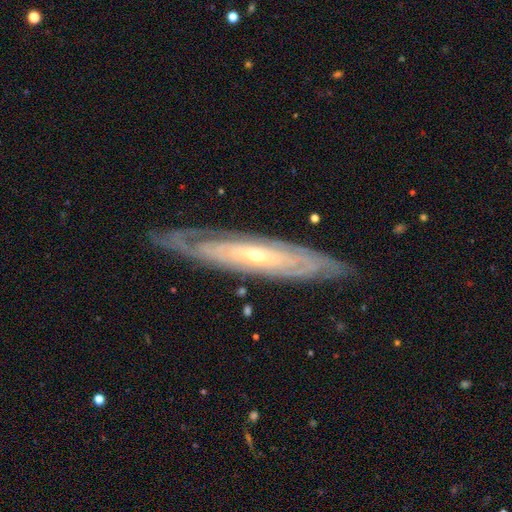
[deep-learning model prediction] Smooth or featured? featured or disk (84%)
Edge-on disk? no (63%)
Bar? no (59%)
Spiral arms? yes (91%)
Bulge size? small (74%)
Merging? none (81%)